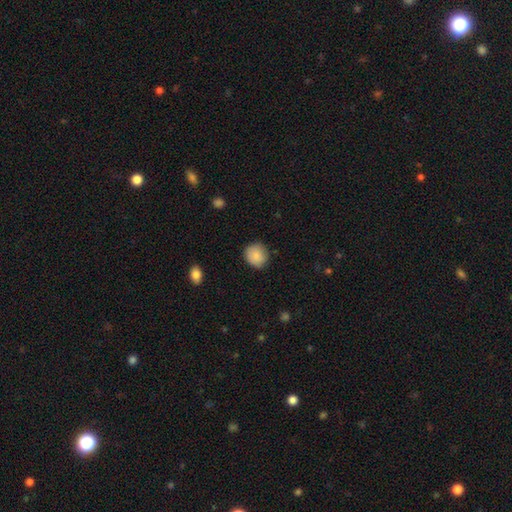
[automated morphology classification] Smooth or featured: smooth — 87% (star or artifact — 7%)
How rounded: round — 84% (in between — 15%)
Merging: none — 83% (minor disturbance — 13%)